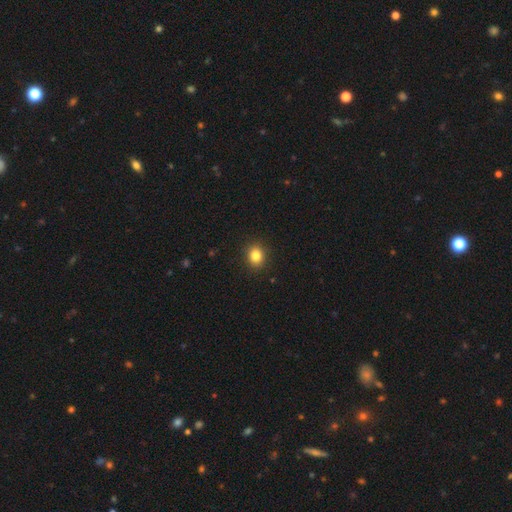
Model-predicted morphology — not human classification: Smooth or featured? smooth (84%)
How rounded? round (61%)
Merging? none (90%)